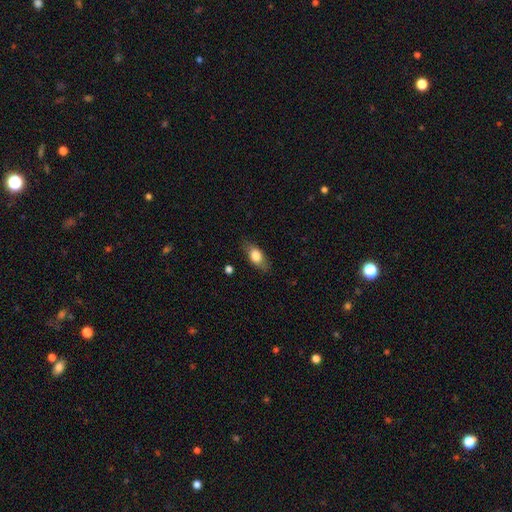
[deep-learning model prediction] This is likely a smooth galaxy (74%). How rounded: clearly in between (82%). Merging: likely none (78%).